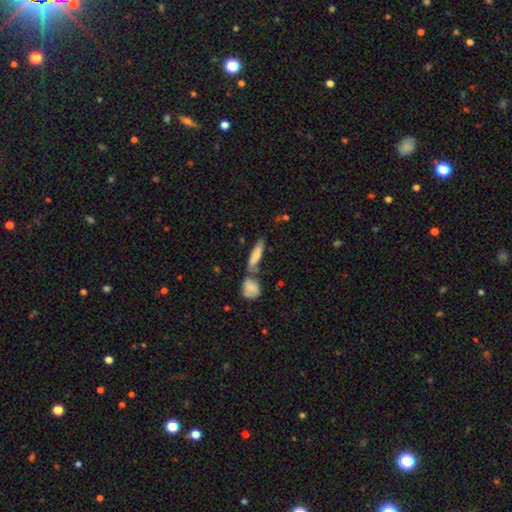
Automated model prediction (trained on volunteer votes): Q: Smooth or featured?
A: smooth (72%); runner-up: featured or disk (22%)
Q: How rounded?
A: cigar-shaped (63%); runner-up: in between (35%)
Q: Merging?
A: none (50%); runner-up: merger (31%)